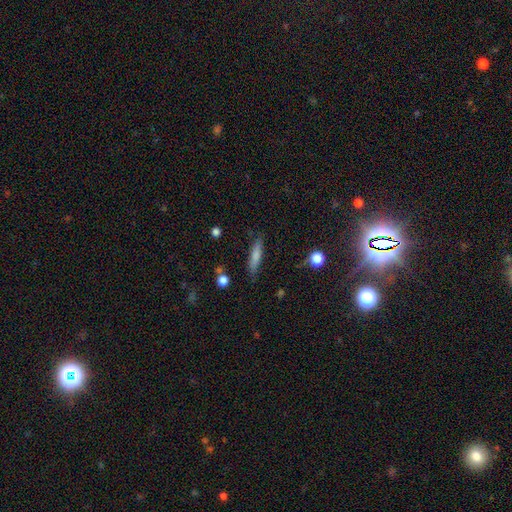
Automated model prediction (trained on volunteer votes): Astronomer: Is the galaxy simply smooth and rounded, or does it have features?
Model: smooth — 76%.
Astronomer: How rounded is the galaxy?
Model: cigar-shaped — 83%.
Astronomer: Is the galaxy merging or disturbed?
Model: none — 82%.